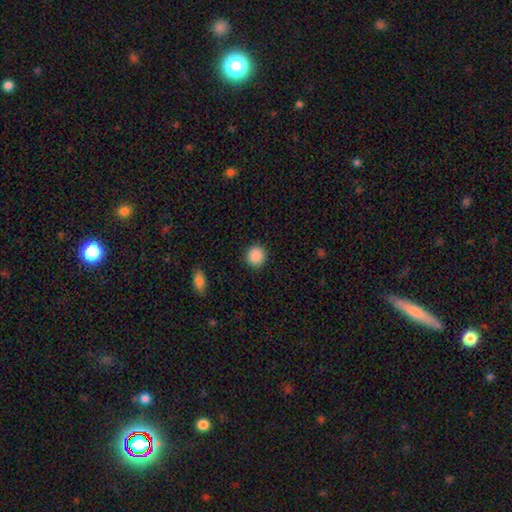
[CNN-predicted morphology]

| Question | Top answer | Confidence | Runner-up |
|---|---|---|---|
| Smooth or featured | smooth | 89% | star or artifact (8%) |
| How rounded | round | 91% | in between (8%) |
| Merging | none | 91% | minor disturbance (5%) |